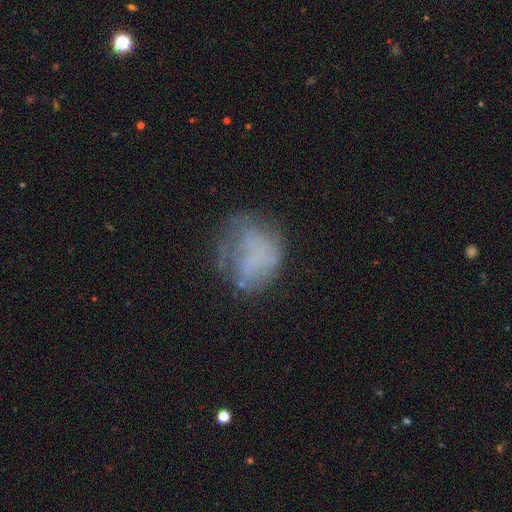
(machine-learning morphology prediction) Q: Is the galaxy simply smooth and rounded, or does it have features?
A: smooth — 47%.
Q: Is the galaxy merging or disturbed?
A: none — 47%.